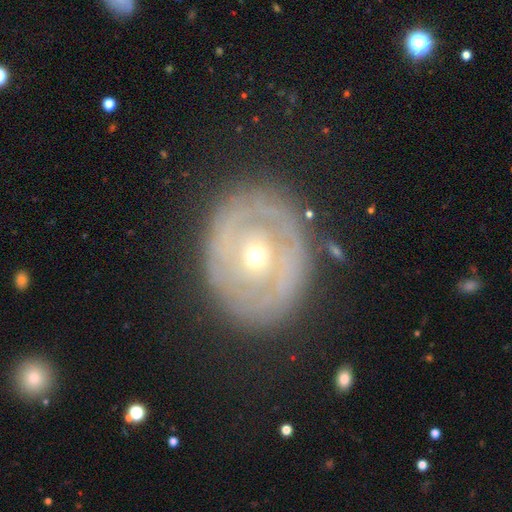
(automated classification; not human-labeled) A featured or disk galaxy (73%) with no bar (77%), spiral arms (54%) and a small central bulge (57%).

Vote fractions:
- Smooth or featured? featured or disk: 73% / smooth: 20% / star or artifact: 7%
- Edge-on disk? no: 95% / yes: 5%
- Bar? no: 77% / weak: 16% / strong: 6%
- Spiral arms? yes: 54% / no: 46%
- Bulge size? small: 57% / moderate: 40% / large: 2% / dominant: 1% / none: 1%
- Merging? none: 79% / minor disturbance: 14% / major disturbance: 6% / merger: 1%